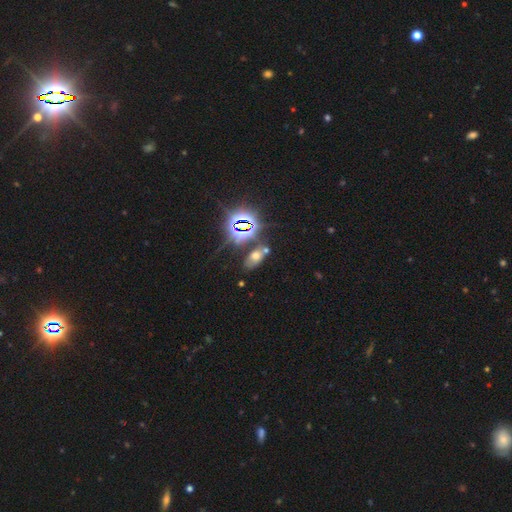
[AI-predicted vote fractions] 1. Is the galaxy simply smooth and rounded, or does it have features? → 42% smooth, 41% star or artifact, 16% featured or disk.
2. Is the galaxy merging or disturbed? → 61% none, 16% merger, 16% minor disturbance, 7% major disturbance.